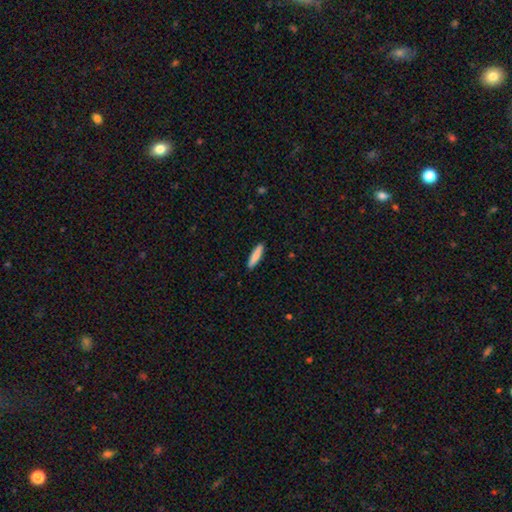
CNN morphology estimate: A smooth galaxy with no disk features (84%) that is cigar-shaped (84%). Merging: none (91%).